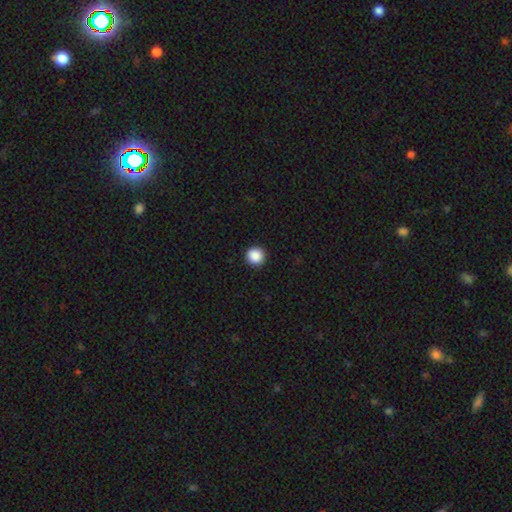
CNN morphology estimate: This appears to be a smooth galaxy with no disk features (89%) that is round (95%). Merging: none (93%).